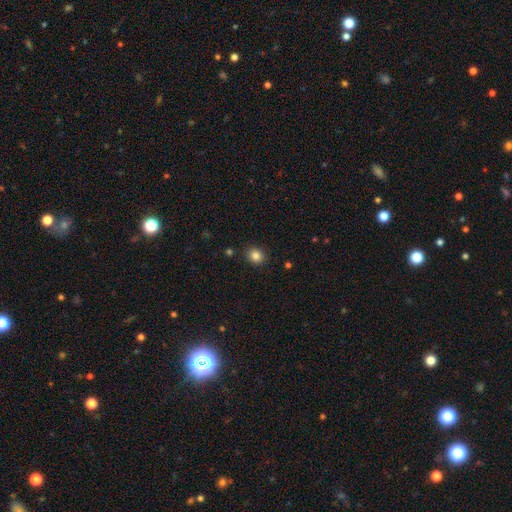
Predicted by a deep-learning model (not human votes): A smooth galaxy with no disk features (83%) that is round (74%).

Vote fractions:
- Smooth or featured? smooth: 83% / star or artifact: 11% / featured or disk: 5%
- How rounded? round: 74% / in between: 25% / cigar-shaped: 1%
- Merging? none: 89% / minor disturbance: 7% / major disturbance: 2% / merger: 2%